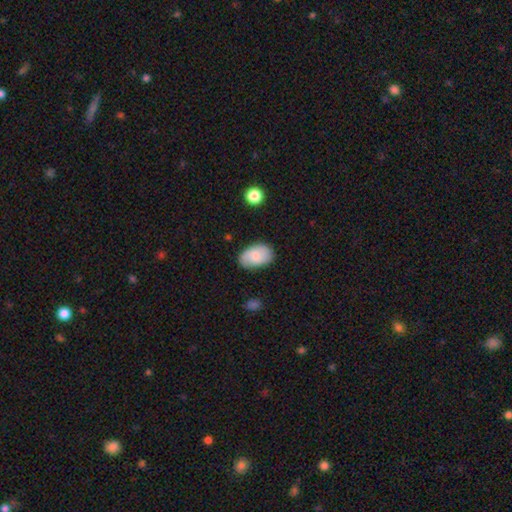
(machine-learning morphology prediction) smooth 73%, featured or disk 20%, star or artifact 7%. Down the decision tree: how rounded — in between (91%); merging — none (76%).